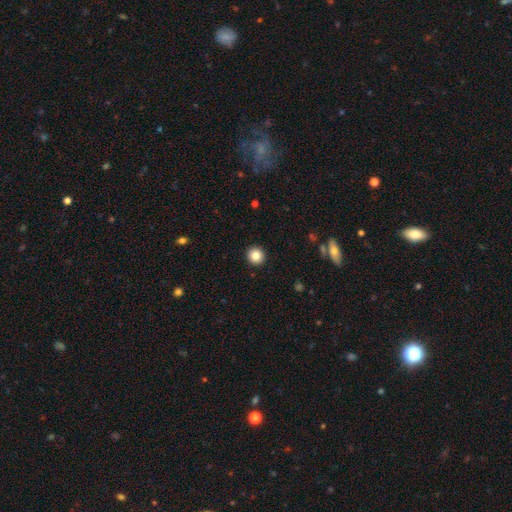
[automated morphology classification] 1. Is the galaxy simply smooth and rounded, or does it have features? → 84% smooth, 10% star or artifact, 6% featured or disk.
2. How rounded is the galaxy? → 94% round, 5% in between, 1% cigar-shaped.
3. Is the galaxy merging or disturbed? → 93% none, 4% minor disturbance, 2% major disturbance, 1% merger.